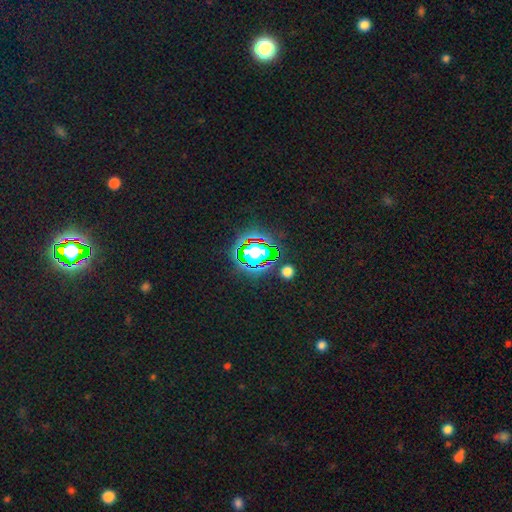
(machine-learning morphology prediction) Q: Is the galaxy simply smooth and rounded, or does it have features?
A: star or artifact — 78%.